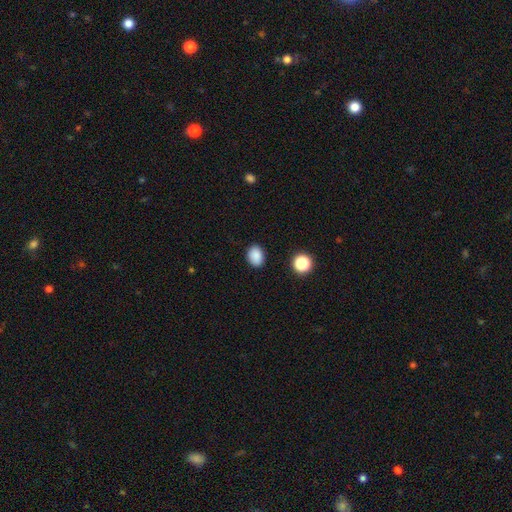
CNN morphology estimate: This is clearly a smooth galaxy (87%). How rounded: likely in between (66%). Merging: clearly none (87%).